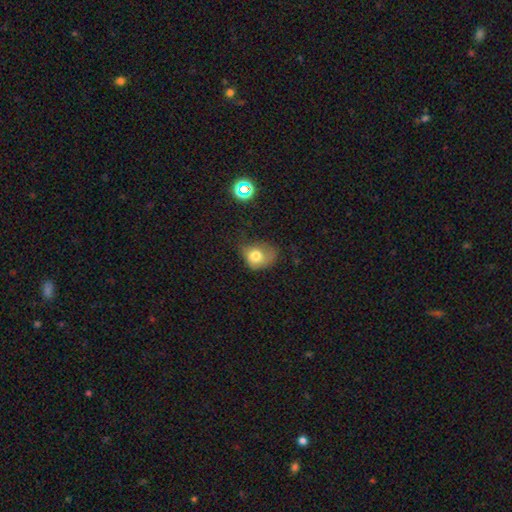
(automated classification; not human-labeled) smooth_or_featured: smooth (p=0.70) [alt: featured or disk p=0.19]
how_rounded: round (p=0.54) [alt: in between p=0.45]
merging: minor disturbance (p=0.38) [alt: major disturbance p=0.30]